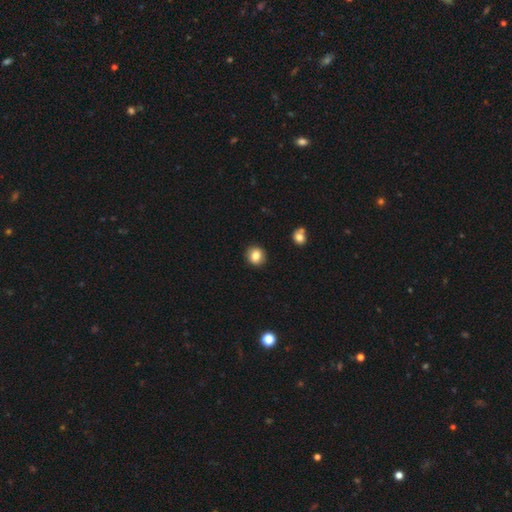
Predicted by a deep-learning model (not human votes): Smooth or featured? Predicted: smooth (p=0.84). How rounded? Predicted: round (p=0.87). Merging? Predicted: none (p=0.91).